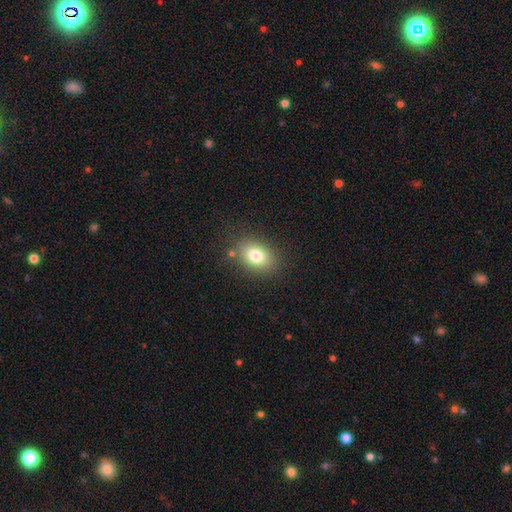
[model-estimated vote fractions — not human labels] smooth 80%, star or artifact 10%, featured or disk 10%. Down the decision tree: how rounded — in between (75%); merging — none (82%).